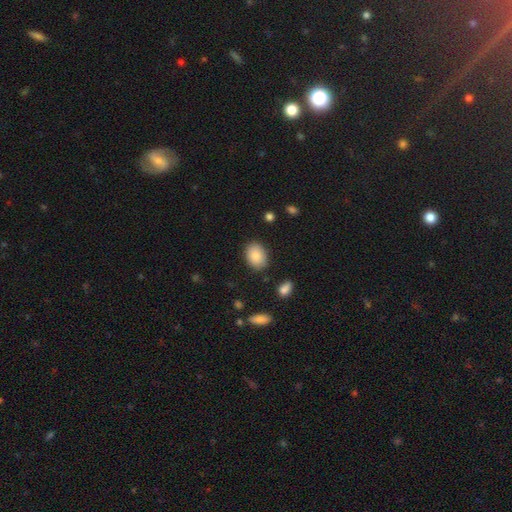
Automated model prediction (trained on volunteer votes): smooth_or_featured: smooth (p=0.87) [alt: star or artifact p=0.07]
how_rounded: in between (p=0.77) [alt: round p=0.22]
merging: none (p=0.85) [alt: minor disturbance p=0.10]